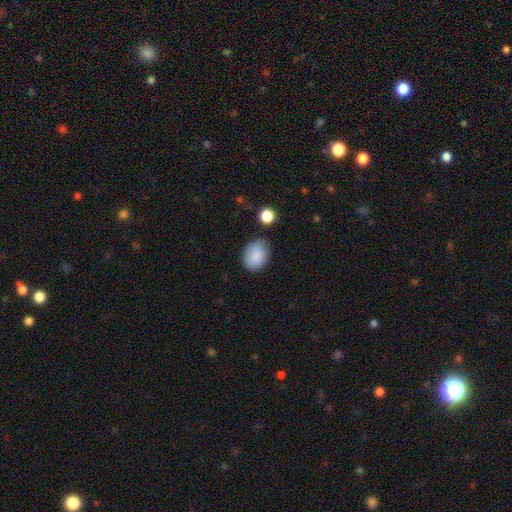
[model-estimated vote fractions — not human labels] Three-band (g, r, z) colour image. It shows a smooth galaxy with no disk features (86%) that is in between round and cigar-shaped (58%). Merging: none (71%).